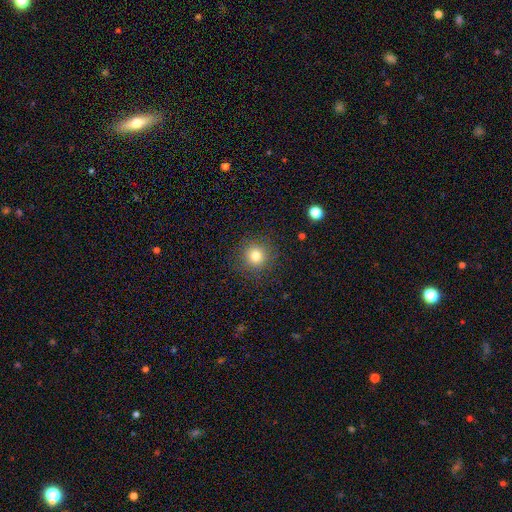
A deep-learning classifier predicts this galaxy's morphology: type=smooth (80%); roundness=round (93%); merging=none (89%).